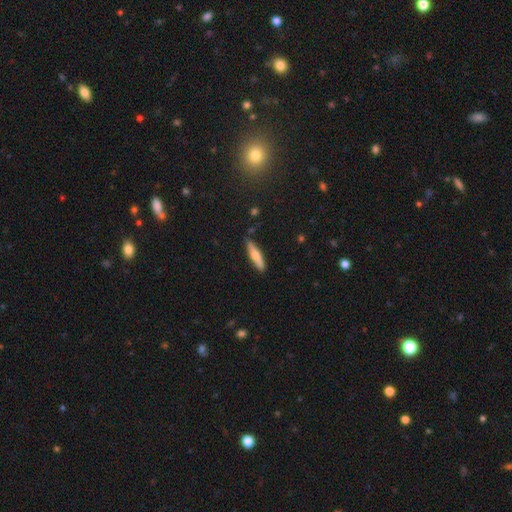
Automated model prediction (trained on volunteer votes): This appears to be a smooth galaxy with no disk features (64%) that is cigar-shaped (83%). Merging: none (84%).